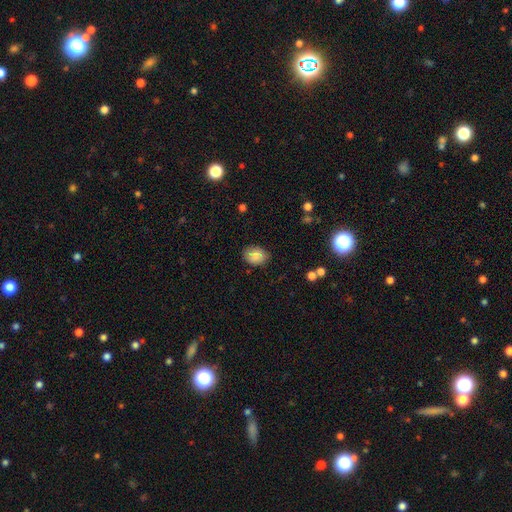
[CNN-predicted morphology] Smooth or featured? smooth (84%)
How rounded? in between (66%)
Merging? none (82%)